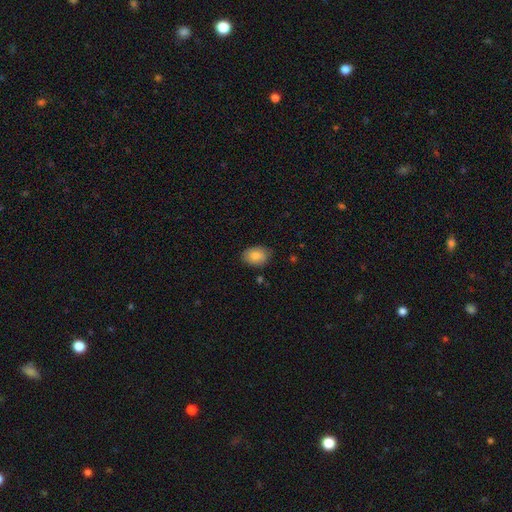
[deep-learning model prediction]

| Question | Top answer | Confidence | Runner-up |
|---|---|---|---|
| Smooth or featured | smooth | 83% | featured or disk (10%) |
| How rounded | in between | 77% | round (22%) |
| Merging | none | 81% | minor disturbance (15%) |